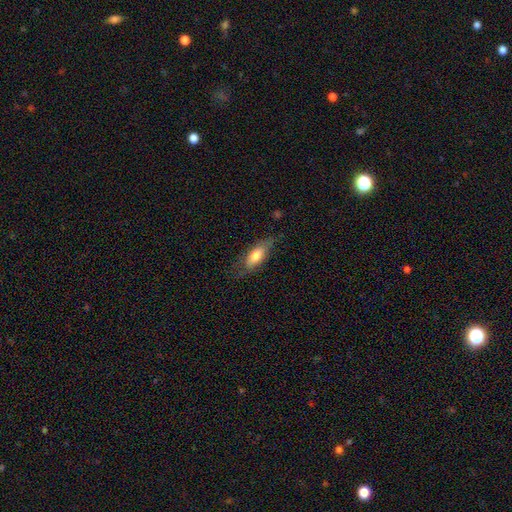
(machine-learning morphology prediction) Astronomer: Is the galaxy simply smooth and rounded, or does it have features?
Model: smooth — 68%.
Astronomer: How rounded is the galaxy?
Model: in between — 72%.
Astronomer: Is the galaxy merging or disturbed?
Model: none — 66%.